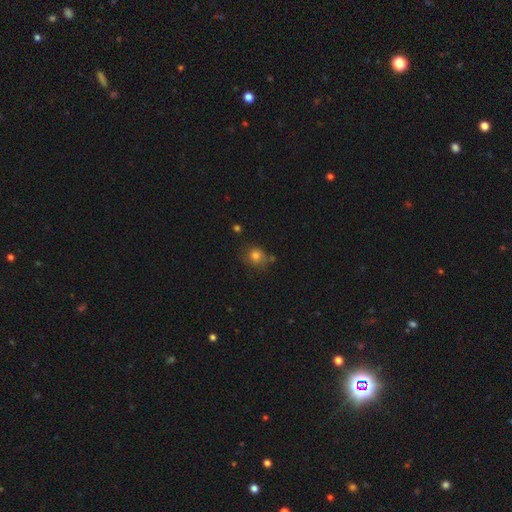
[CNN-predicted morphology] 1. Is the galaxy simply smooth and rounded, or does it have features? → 78% smooth, 12% star or artifact, 9% featured or disk.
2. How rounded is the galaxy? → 71% round, 27% in between, 1% cigar-shaped.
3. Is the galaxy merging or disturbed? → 64% none, 23% minor disturbance, 7% major disturbance, 6% merger.